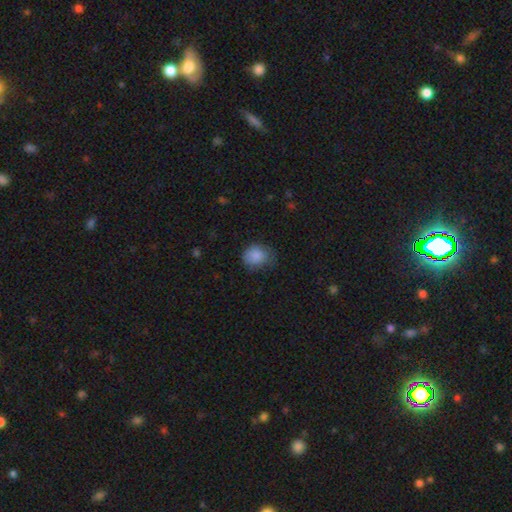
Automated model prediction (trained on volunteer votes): Overall: smooth (85%). How rounded: round (63%; in between 36%). Merging: none (61%; minor disturbance 29%).